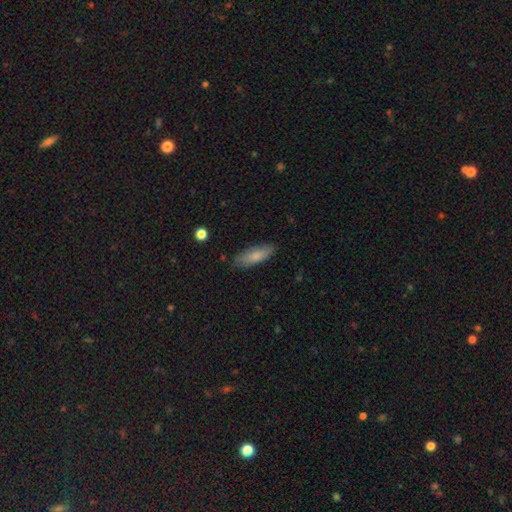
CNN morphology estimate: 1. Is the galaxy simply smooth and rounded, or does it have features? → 79% smooth, 15% featured or disk, 6% star or artifact.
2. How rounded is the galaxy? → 59% in between, 40% cigar-shaped, 2% round.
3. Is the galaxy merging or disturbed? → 82% none, 14% minor disturbance, 3% major disturbance, 1% merger.